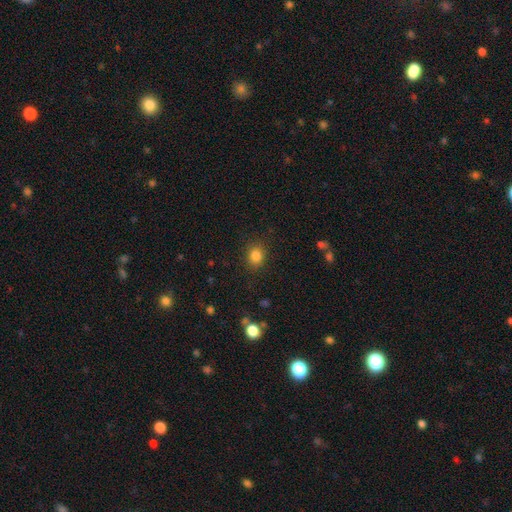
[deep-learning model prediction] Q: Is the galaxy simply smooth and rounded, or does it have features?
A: smooth — 84%.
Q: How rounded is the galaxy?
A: round — 66%.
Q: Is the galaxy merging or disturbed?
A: none — 85%.